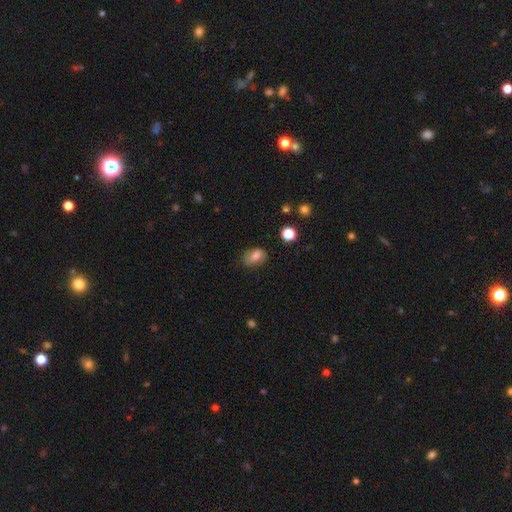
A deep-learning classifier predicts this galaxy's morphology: A smooth galaxy with no disk features (61%) that is in between round and cigar-shaped (68%).

Vote fractions:
- Smooth or featured? smooth: 61% / featured or disk: 27% / star or artifact: 12%
- How rounded? in between: 68% / round: 30% / cigar-shaped: 1%
- Merging? none: 71% / minor disturbance: 21% / major disturbance: 6% / merger: 2%